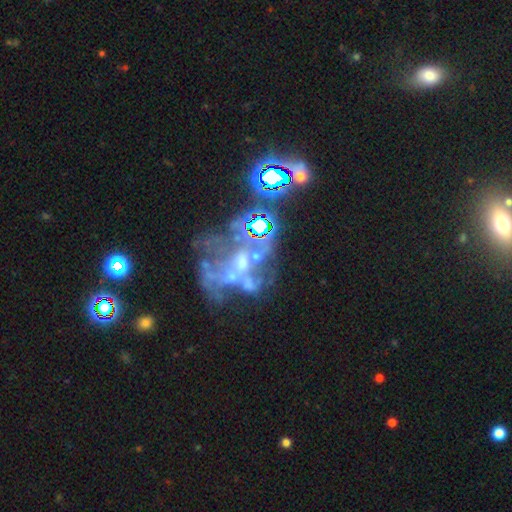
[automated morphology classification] A featured or disk galaxy (51%).

Vote fractions:
- Smooth or featured? featured or disk: 51% / star or artifact: 36% / smooth: 13%
- Edge-on disk? no: 97% / yes: 3%
- Merging? merger: 34% / major disturbance: 32% / none: 24% / minor disturbance: 10%